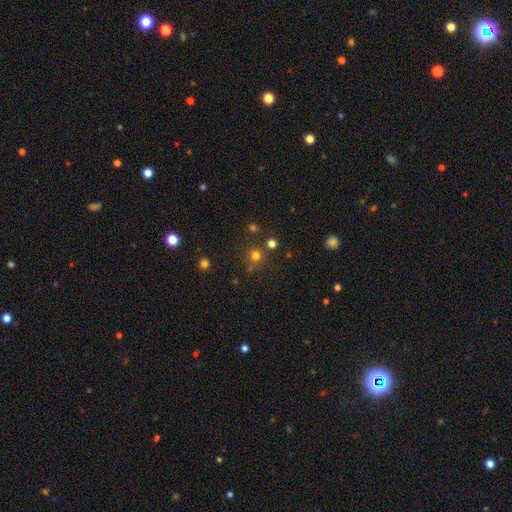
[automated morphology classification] A smooth galaxy with no disk features (69%) that is round (92%). Merging: none (78%).